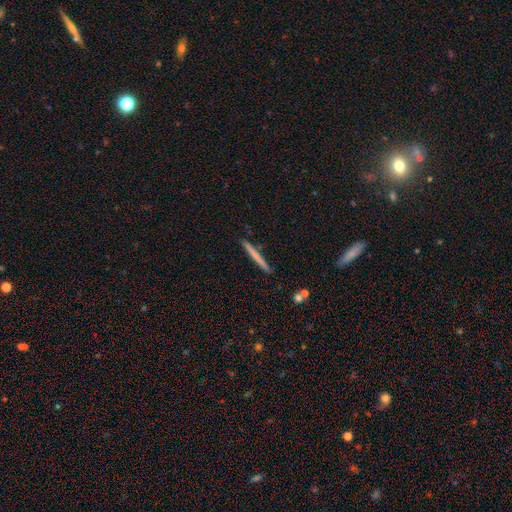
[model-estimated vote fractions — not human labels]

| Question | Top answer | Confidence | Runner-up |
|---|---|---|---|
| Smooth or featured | smooth | 60% | featured or disk (35%) |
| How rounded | cigar-shaped | 97% | in between (2%) |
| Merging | none | 91% | minor disturbance (6%) |